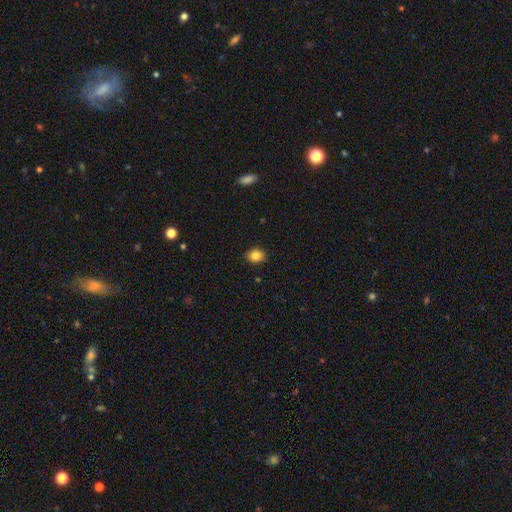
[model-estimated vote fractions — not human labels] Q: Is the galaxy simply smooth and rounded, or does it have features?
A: smooth — 84%.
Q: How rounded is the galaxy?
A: round — 62%.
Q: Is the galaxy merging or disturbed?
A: none — 89%.